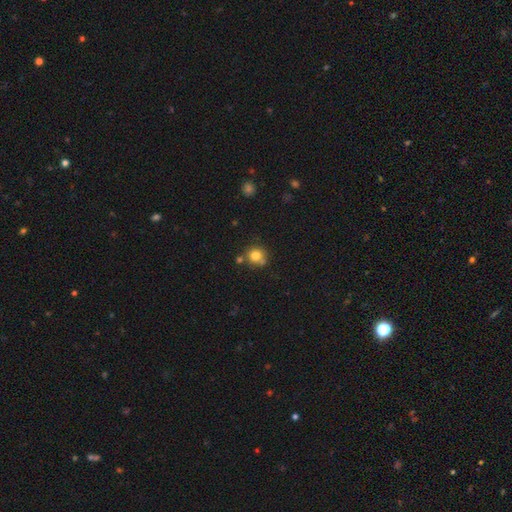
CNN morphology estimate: Smooth or featured? Predicted: smooth (p=0.78). How rounded? Predicted: round (p=0.89). Merging? Predicted: none (p=0.66).